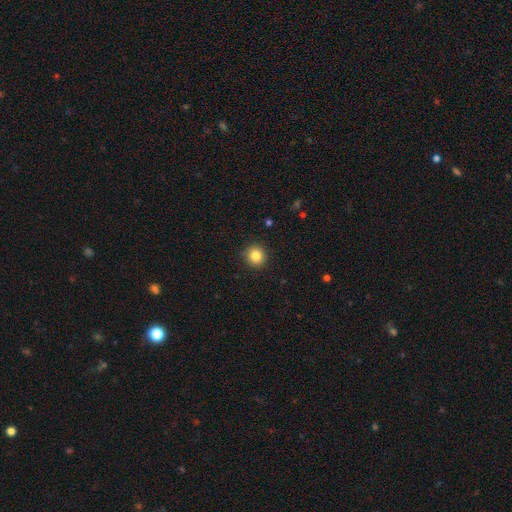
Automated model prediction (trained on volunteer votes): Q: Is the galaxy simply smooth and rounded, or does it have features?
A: smooth — 84%.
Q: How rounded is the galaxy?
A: round — 91%.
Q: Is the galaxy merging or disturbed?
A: none — 91%.